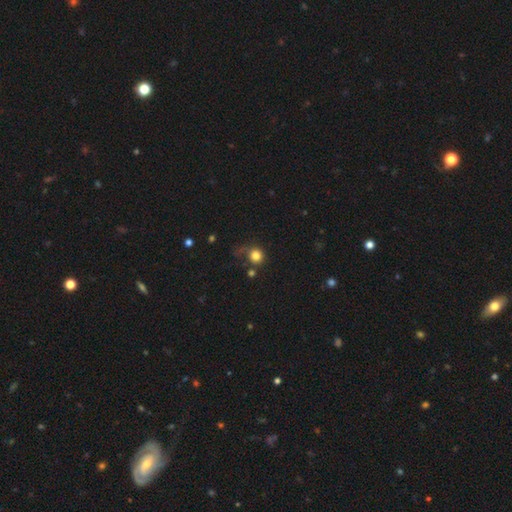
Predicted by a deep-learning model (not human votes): Smooth or featured?
  - smooth: 81% *
  - star or artifact: 12%
  - featured or disk: 7%
How rounded?
  - round: 90% *
  - in between: 10%
  - cigar-shaped: 1%
Merging?
  - none: 60% *
  - minor disturbance: 18%
  - major disturbance: 14%
  - merger: 8%